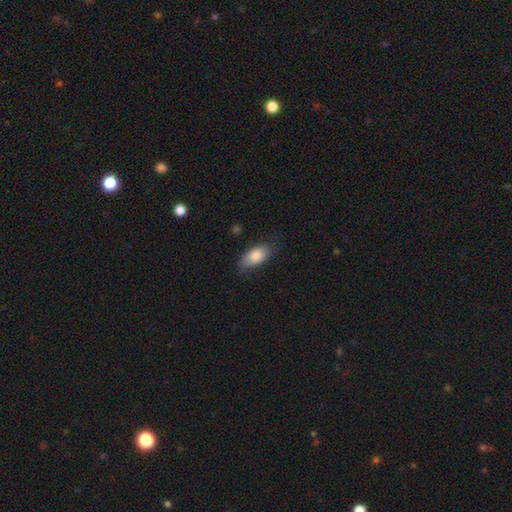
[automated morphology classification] This is clearly a smooth galaxy (84%). How rounded: clearly in between (92%). Merging: likely none (75%).